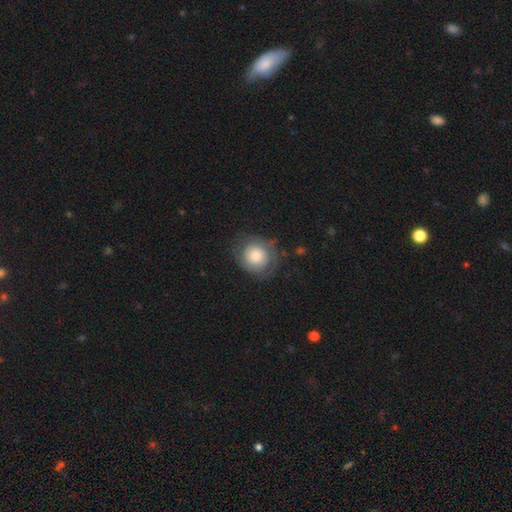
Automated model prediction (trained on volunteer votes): smooth-or-featured: smooth: 59% | featured or disk: 34% | star or artifact: 7%
  how-rounded: round: 81% | in between: 18% | cigar-shaped: 1%
  merging: none: 68% | minor disturbance: 20% | major disturbance: 10% | merger: 1%